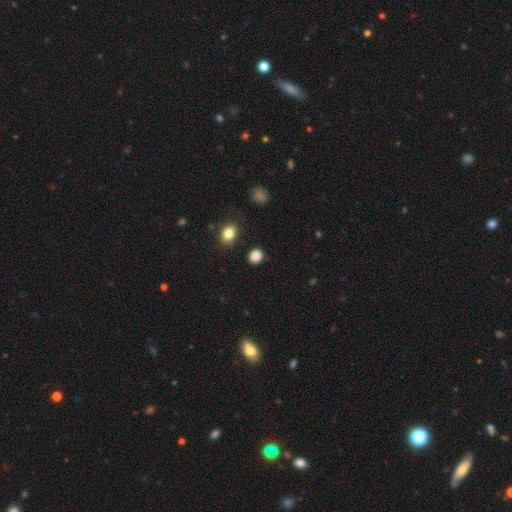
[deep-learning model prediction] Morphology: type=smooth (86%); roundness=round (73%); merging=none (88%).